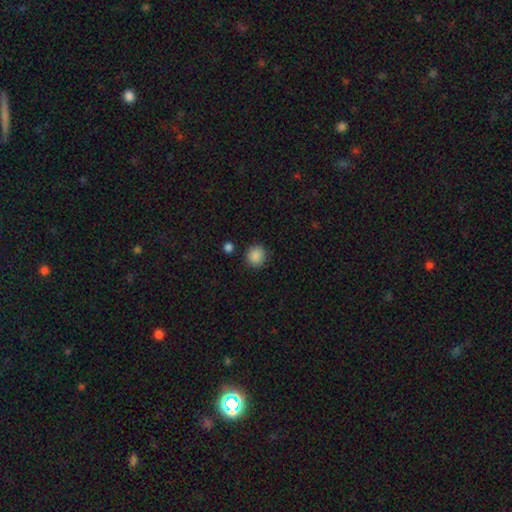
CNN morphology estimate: Smooth or featured? smooth (88%)
How rounded? round (87%)
Merging? none (87%)